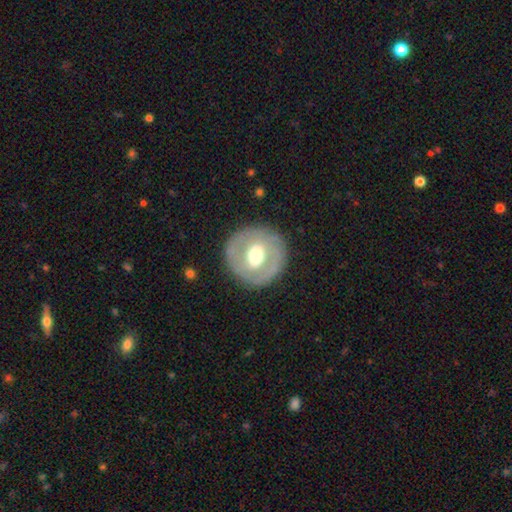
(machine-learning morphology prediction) Smooth or featured?
  - featured or disk: 57% *
  - smooth: 37%
  - star or artifact: 6%
Edge-on disk?
  - no: 95% *
  - yes: 5%
Bar?
  - weak: 41% *
  - no: 36%
  - strong: 23%
Spiral arms?
  - no: 70% *
  - yes: 30%
Bulge size?
  - moderate: 69% *
  - large: 16%
  - small: 12%
  - dominant: 2%
  - none: 1%
Merging?
  - none: 84% *
  - minor disturbance: 10%
  - major disturbance: 5%
  - merger: 1%